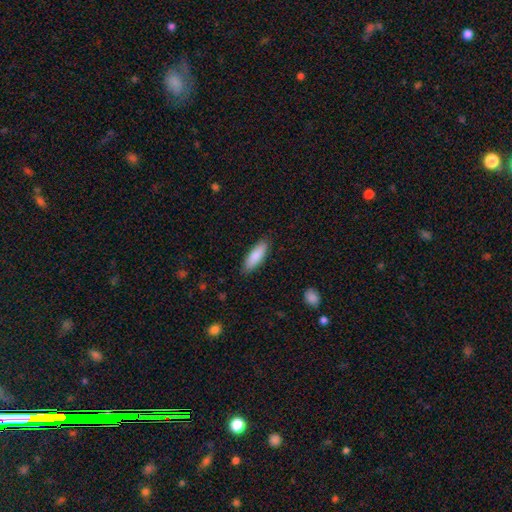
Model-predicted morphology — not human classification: This is clearly a smooth galaxy (87%). How rounded: possibly in between (56%). Merging: clearly none (86%).